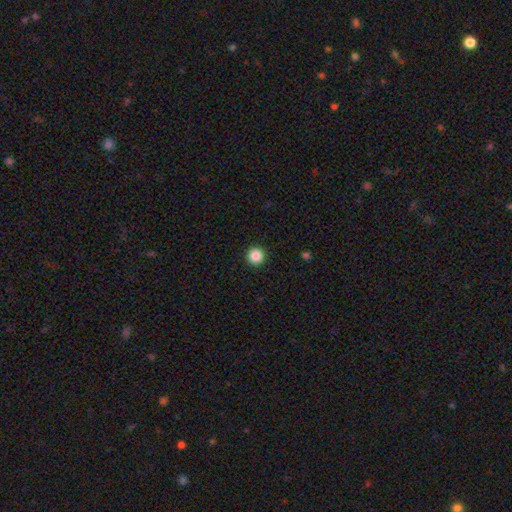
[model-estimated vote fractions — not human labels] Overall: smooth (87%). How rounded: round (96%). Merging: none (93%).